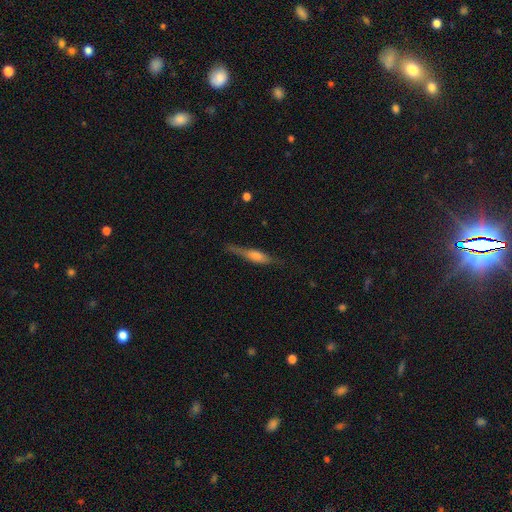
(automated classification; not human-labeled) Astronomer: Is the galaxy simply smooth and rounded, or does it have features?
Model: featured or disk — 62%.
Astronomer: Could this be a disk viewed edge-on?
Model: yes — 93%.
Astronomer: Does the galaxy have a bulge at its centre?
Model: rounded — 64%.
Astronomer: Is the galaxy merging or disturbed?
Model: none — 72%.